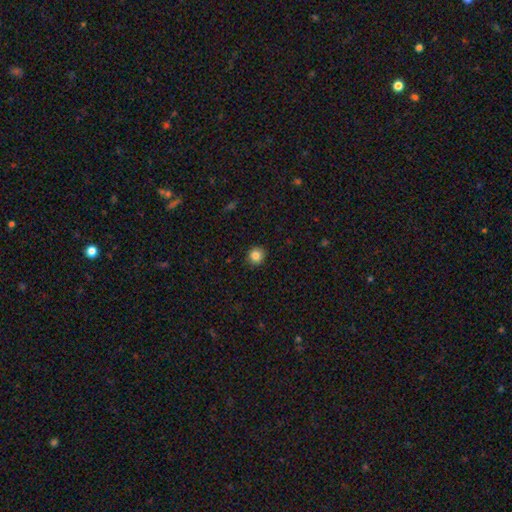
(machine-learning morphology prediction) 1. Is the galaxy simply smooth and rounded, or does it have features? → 85% smooth, 10% star or artifact, 5% featured or disk.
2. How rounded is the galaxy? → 90% round, 10% in between, 1% cigar-shaped.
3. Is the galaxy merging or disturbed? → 91% none, 7% minor disturbance, 2% major disturbance, 1% merger.